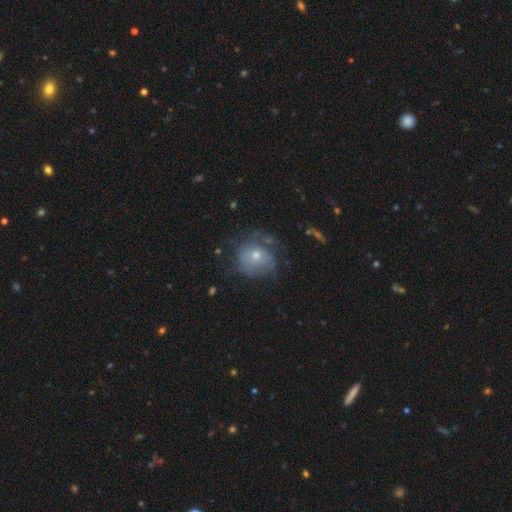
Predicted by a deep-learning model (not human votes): A featured or disk galaxy (46%).

Vote fractions:
- Smooth or featured? featured or disk: 46% / smooth: 41% / star or artifact: 13%
- Merging? none: 53% / minor disturbance: 25% / major disturbance: 19% / merger: 3%